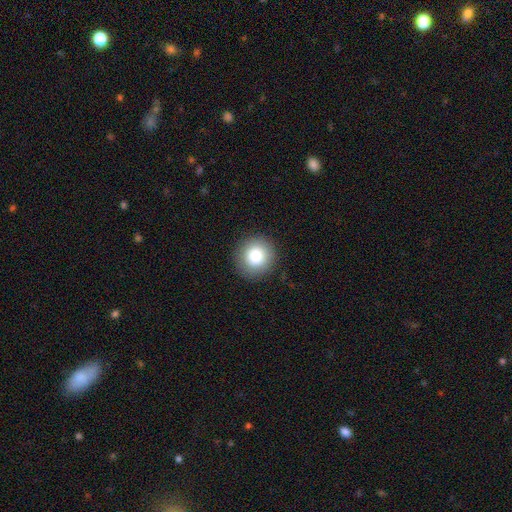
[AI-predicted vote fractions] A smooth galaxy with no disk features (83%) that is round (91%).

Vote fractions:
- Smooth or featured? smooth: 83% / star or artifact: 9% / featured or disk: 8%
- How rounded? round: 91% / in between: 8% / cigar-shaped: 1%
- Merging? none: 90% / minor disturbance: 7% / major disturbance: 2% / merger: 1%